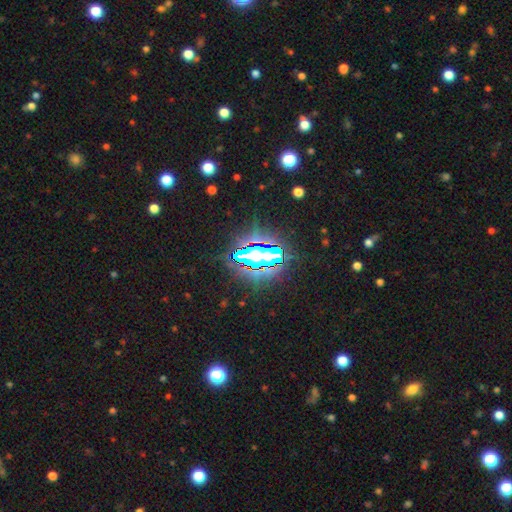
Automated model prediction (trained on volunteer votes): A star or artifact, not a galaxy (73%).